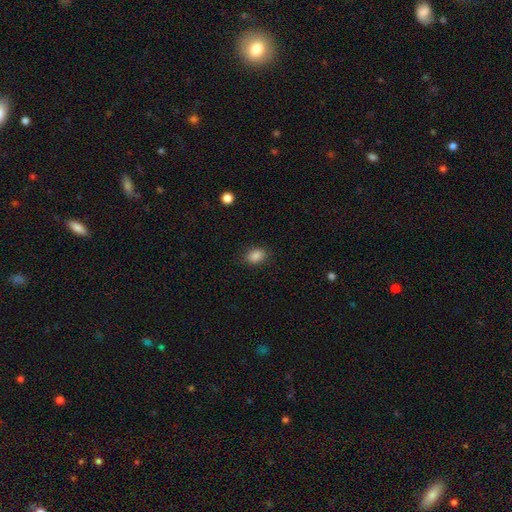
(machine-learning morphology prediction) Overall: smooth (86%). How rounded: in between (75%). Merging: none (85%).